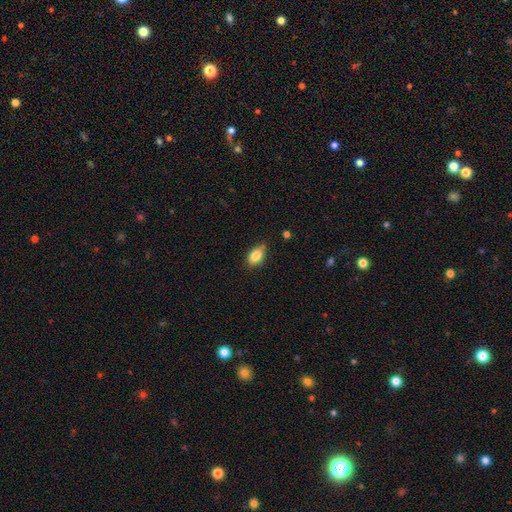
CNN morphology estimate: smooth-or-featured: smooth: 83% | featured or disk: 9% | star or artifact: 8%
  how-rounded: in between: 87% | round: 8% | cigar-shaped: 5%
  merging: none: 75% | minor disturbance: 20% | major disturbance: 3% | merger: 2%